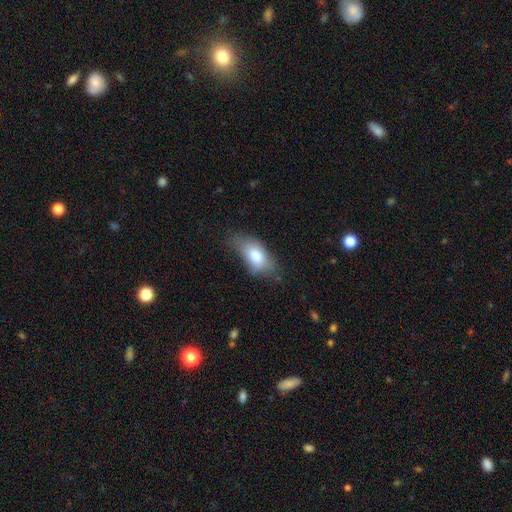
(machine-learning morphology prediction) Smooth or featured? Predicted: smooth (p=0.75). How rounded? Predicted: in between (p=0.88). Merging? Predicted: none (p=0.52).